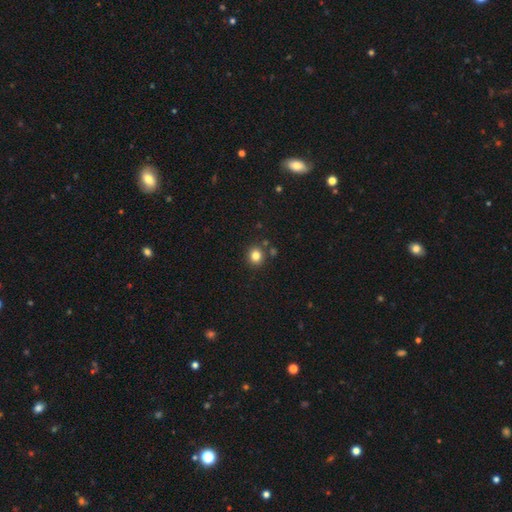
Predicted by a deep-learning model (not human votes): This appears to be a smooth galaxy with no disk features (82%) that is round (82%). Merging: none (84%).